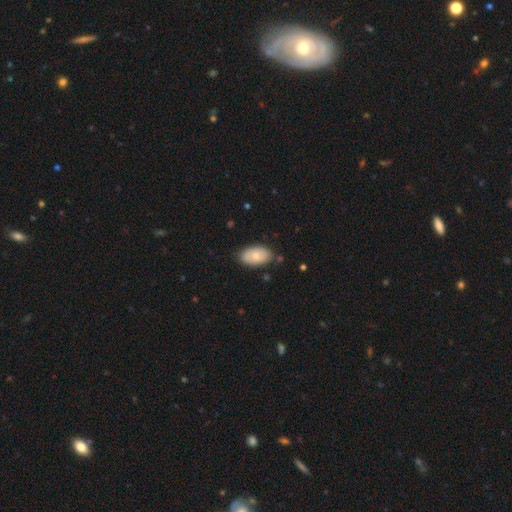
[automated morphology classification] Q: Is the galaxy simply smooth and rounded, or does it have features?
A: smooth — 71%.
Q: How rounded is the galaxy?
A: in between — 93%.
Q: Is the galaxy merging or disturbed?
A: none — 80%.